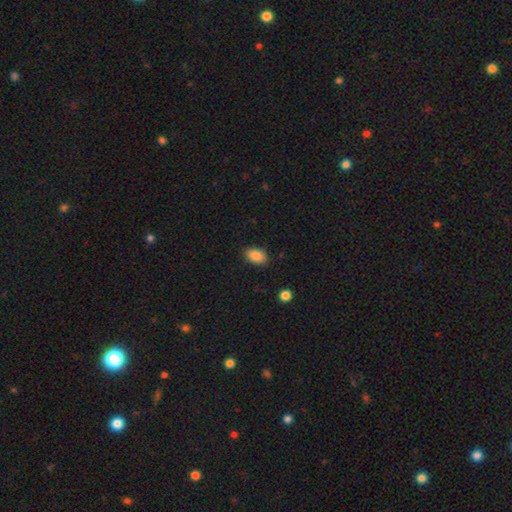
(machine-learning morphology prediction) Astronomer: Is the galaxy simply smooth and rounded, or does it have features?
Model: smooth — 87%.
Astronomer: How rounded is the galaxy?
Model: in between — 90%.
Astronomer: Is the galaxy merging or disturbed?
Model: none — 86%.